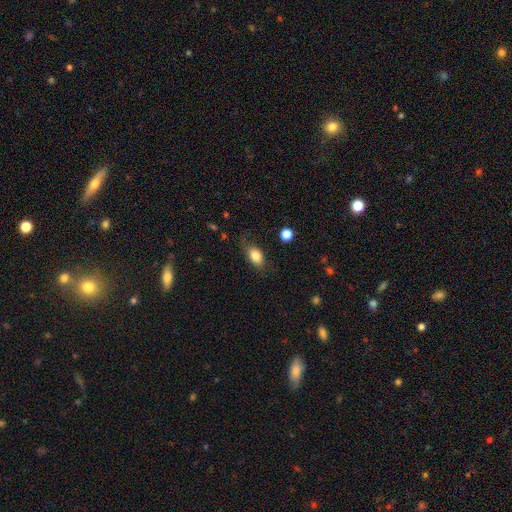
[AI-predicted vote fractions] smooth-or-featured: smooth: 82% | featured or disk: 9% | star or artifact: 8%
  how-rounded: in between: 84% | round: 14% | cigar-shaped: 2%
  merging: none: 71% | minor disturbance: 20% | major disturbance: 7% | merger: 2%